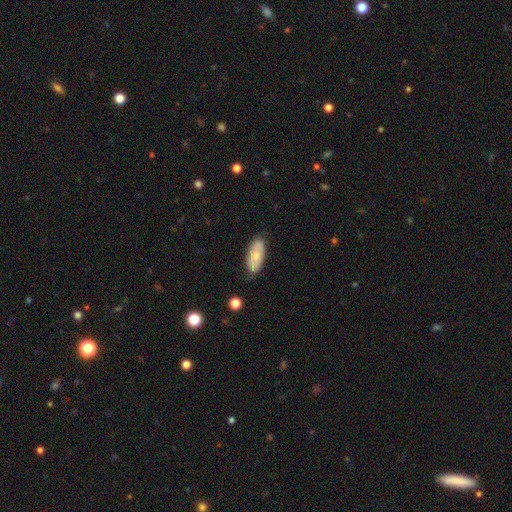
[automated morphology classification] smooth 63%, featured or disk 30%, star or artifact 6%. Down the decision tree: how rounded — in between (87%); merging — none (72%).